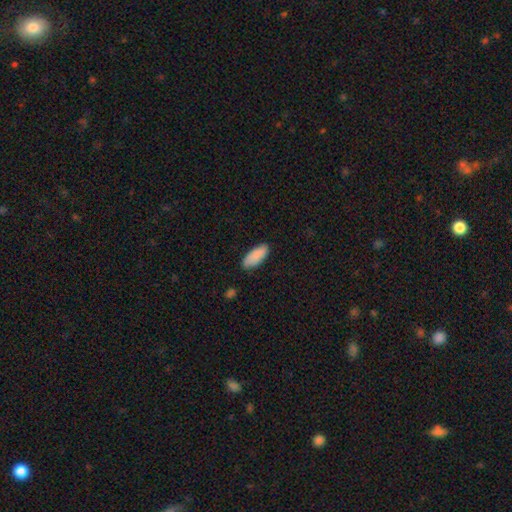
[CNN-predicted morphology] This is clearly a smooth galaxy (89%). How rounded: clearly in between (81%). Merging: clearly none (83%).